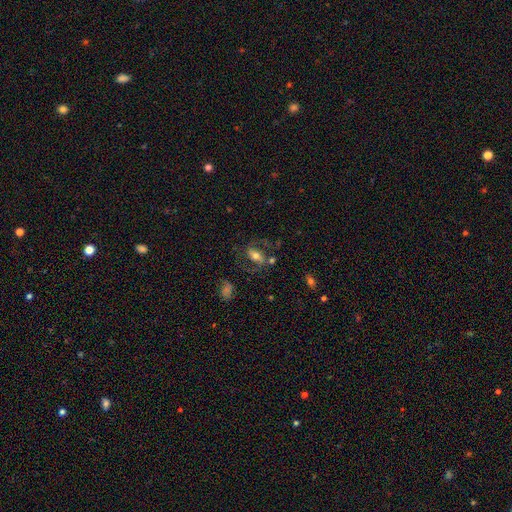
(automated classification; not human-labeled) Smooth or featured? featured or disk (60%)
Edge-on disk? no (92%)
Bar? strong (37%)
Spiral arms? yes (79%)
Bulge size? moderate (63%)
Merging? none (61%)